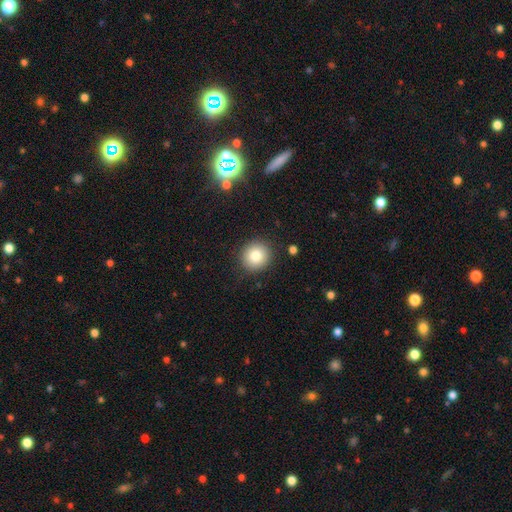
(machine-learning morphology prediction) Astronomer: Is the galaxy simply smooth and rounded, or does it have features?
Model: smooth — 82%.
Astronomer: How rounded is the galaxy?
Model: round — 89%.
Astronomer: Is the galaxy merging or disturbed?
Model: none — 89%.